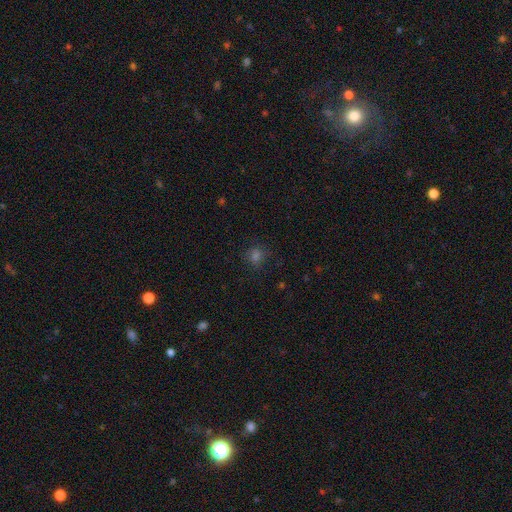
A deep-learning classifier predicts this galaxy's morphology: Smooth or featured? smooth (68%)
How rounded? round (83%)
Merging? none (83%)